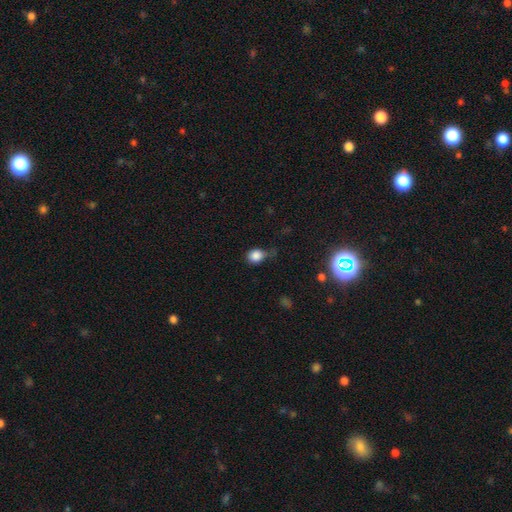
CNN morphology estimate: A smooth galaxy with no disk features (83%) that is round (63%).

Vote fractions:
- Smooth or featured? smooth: 83% / star or artifact: 11% / featured or disk: 6%
- How rounded? round: 63% / in between: 36% / cigar-shaped: 1%
- Merging? none: 48% / minor disturbance: 34% / major disturbance: 14% / merger: 4%